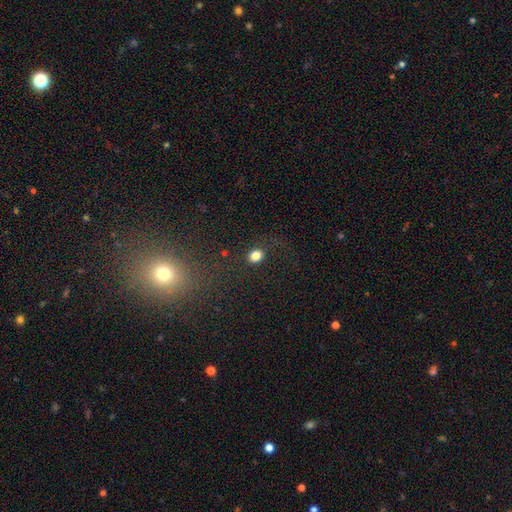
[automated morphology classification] This is clearly a smooth galaxy (81%). How rounded: likely round (62%). Merging: clearly none (82%).